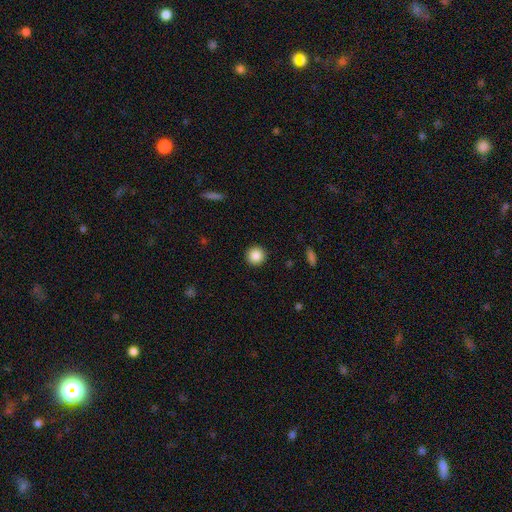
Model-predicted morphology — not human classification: Q: Smooth or featured?
A: smooth (87%); runner-up: star or artifact (9%)
Q: How rounded?
A: round (95%); runner-up: in between (4%)
Q: Merging?
A: none (93%); runner-up: minor disturbance (5%)